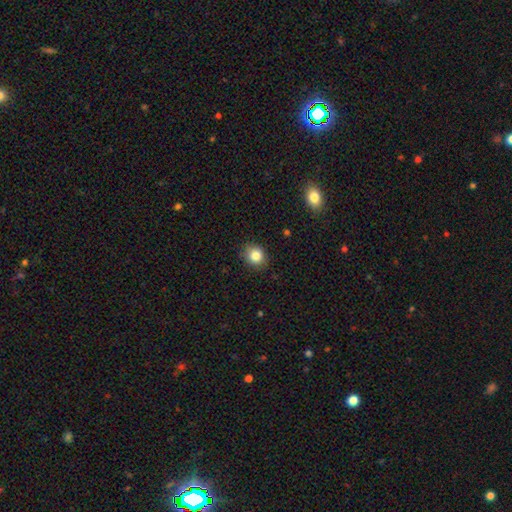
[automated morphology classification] smooth_or_featured: smooth (p=0.84) [alt: star or artifact p=0.10]
how_rounded: round (p=0.79) [alt: in between p=0.20]
merging: none (p=0.85) [alt: minor disturbance p=0.11]